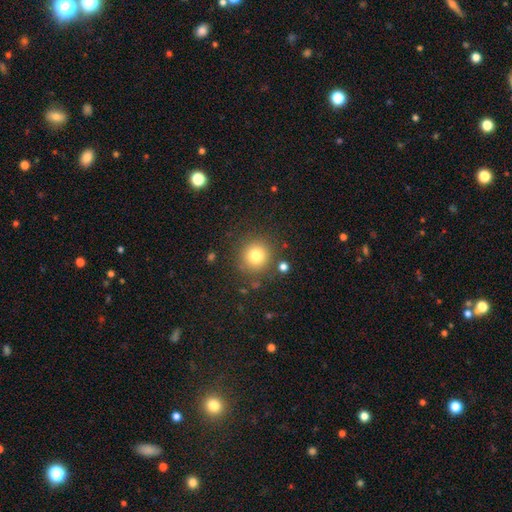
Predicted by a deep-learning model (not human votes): Smooth or featured: smooth — 79% (star or artifact — 12%)
How rounded: round — 93% (in between — 6%)
Merging: none — 85% (minor disturbance — 8%)